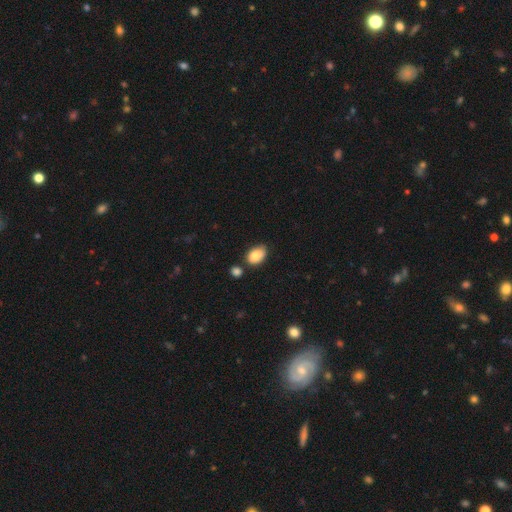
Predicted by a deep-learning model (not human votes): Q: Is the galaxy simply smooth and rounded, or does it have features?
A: smooth — 86%.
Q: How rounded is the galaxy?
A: in between — 87%.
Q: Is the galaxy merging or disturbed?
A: none — 67%.